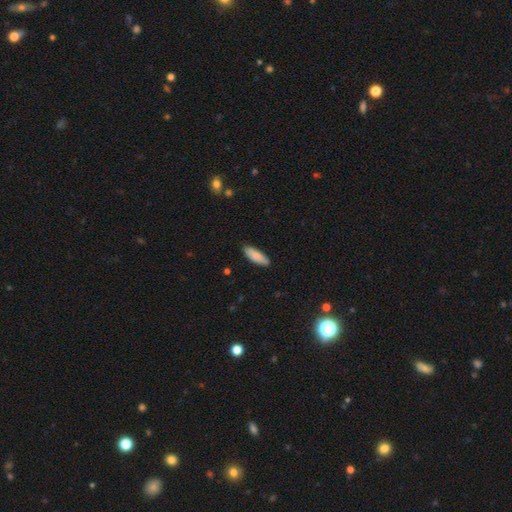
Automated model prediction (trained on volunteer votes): Smooth or featured: smooth — 87% (featured or disk — 7%)
How rounded: in between — 59% (cigar-shaped — 39%)
Merging: none — 87% (minor disturbance — 10%)